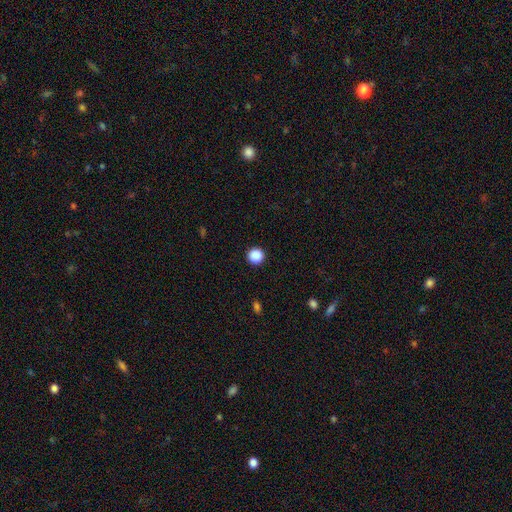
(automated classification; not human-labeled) Smooth or featured? smooth (88%)
How rounded? round (96%)
Merging? none (93%)